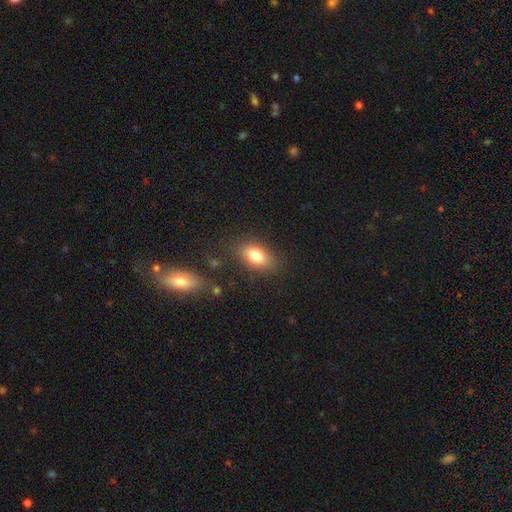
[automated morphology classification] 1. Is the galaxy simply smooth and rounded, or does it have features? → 80% smooth, 11% featured or disk, 9% star or artifact.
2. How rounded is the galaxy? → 88% in between, 9% round, 4% cigar-shaped.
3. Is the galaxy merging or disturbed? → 81% none, 12% minor disturbance, 4% major disturbance, 3% merger.